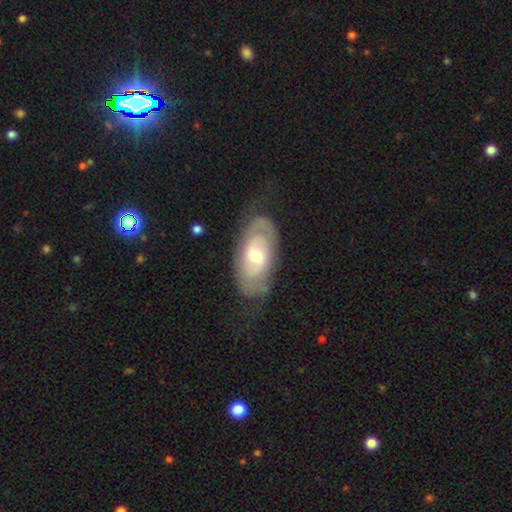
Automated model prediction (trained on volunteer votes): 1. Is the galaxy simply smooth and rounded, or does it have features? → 69% featured or disk, 25% smooth, 6% star or artifact.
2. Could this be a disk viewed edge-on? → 92% no, 8% yes.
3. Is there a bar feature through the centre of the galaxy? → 61% no, 32% weak, 7% strong.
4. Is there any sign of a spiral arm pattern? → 78% yes, 22% no.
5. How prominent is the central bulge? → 61% moderate, 31% small, 5% large, 1% none, 1% dominant.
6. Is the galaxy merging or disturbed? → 66% none, 22% minor disturbance, 11% major disturbance, 2% merger.